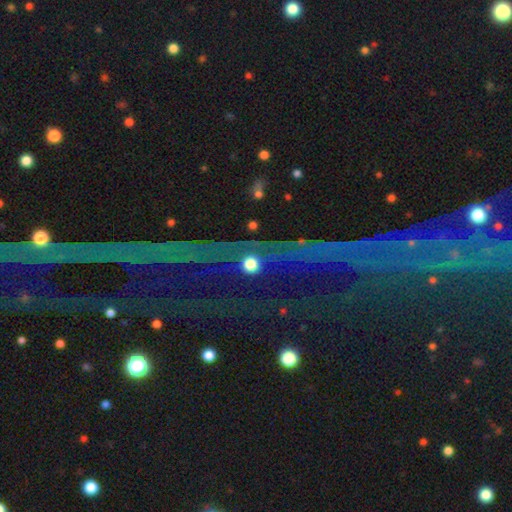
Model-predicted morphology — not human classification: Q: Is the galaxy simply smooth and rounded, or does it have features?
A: star or artifact — 80%.